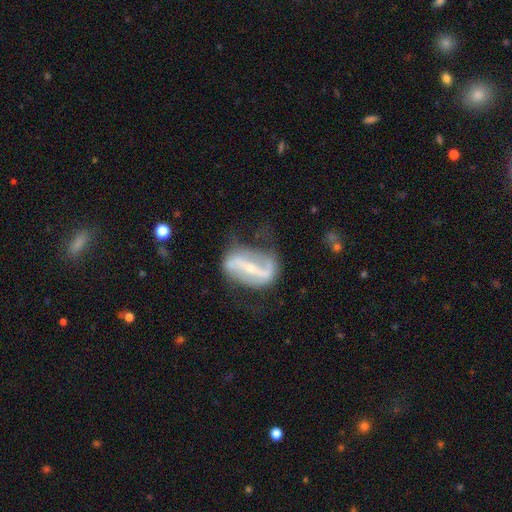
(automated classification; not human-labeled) A featured or disk galaxy (72%) with a strong bar (39%), spiral arms (72%) and a small central bulge (57%). Merging: none (45%).